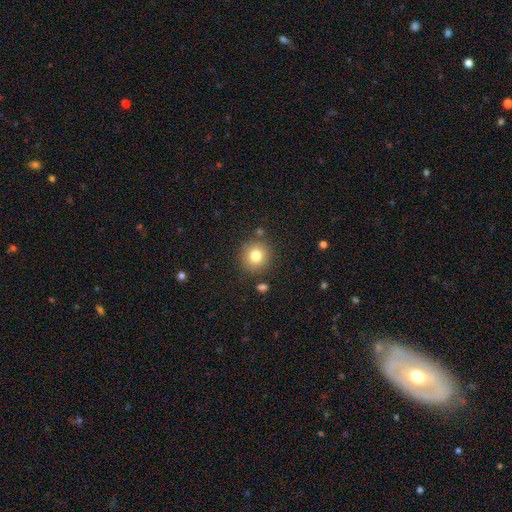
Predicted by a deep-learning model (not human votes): Smooth or featured: smooth — 79% (star or artifact — 12%)
How rounded: round — 92% (in between — 7%)
Merging: none — 85% (minor disturbance — 8%)